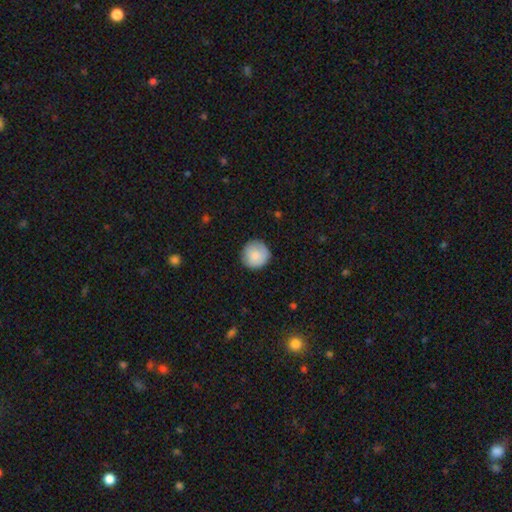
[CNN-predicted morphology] The model was most divided on "merging": none: 85%, minor disturbance: 11%, major disturbance: 2%, merger: 1%. More confident: how rounded — round (95%); smooth or featured — smooth (84%).